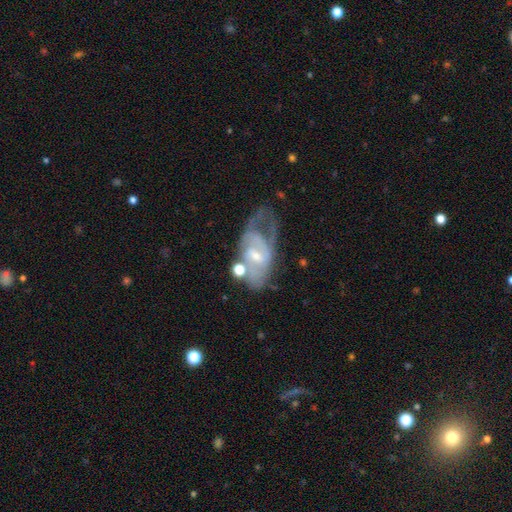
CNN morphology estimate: featured or disk 73%, smooth 19%, star or artifact 8%. Down the decision tree: edge-on disk — no (94%); bar — weak (51%); spiral arms — yes (74%); spiral arm count — 2 (44%); spiral winding — medium (43%); bulge size — small (53%); merging — major disturbance (34%).